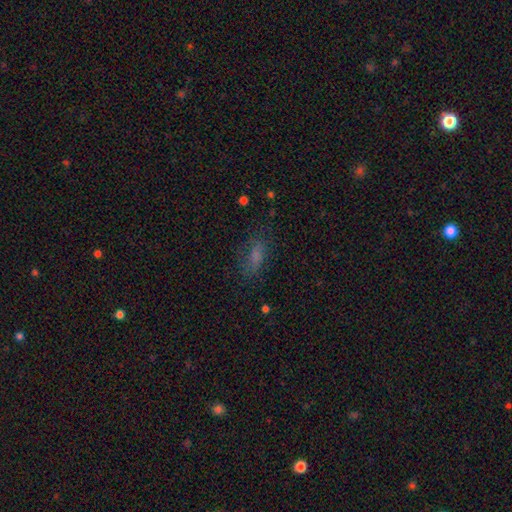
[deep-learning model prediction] Smooth or featured? Predicted: smooth (p=0.63). How rounded? Predicted: in between (p=0.74). Merging? Predicted: none (p=0.68).